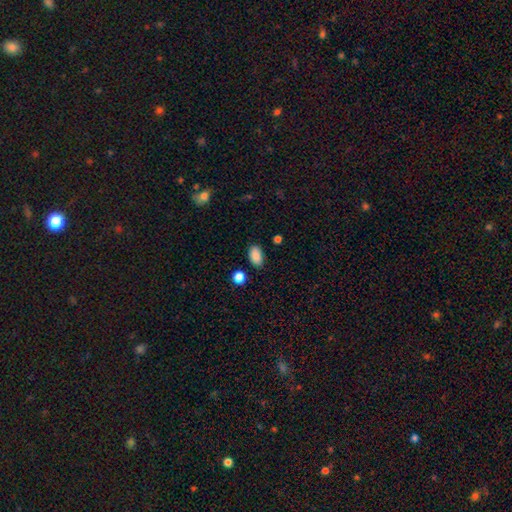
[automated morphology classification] Q: Smooth or featured?
A: smooth (88%); runner-up: star or artifact (8%)
Q: How rounded?
A: in between (91%); runner-up: round (8%)
Q: Merging?
A: none (85%); runner-up: minor disturbance (10%)